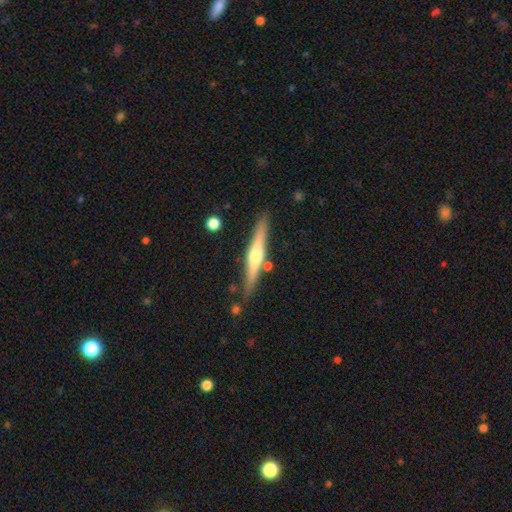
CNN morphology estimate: This is likely a featured or disk galaxy (64%). It is clearly viewed edge-on (97%). Edge-on bulge: clearly rounded (87%). Merging: clearly none (84%).